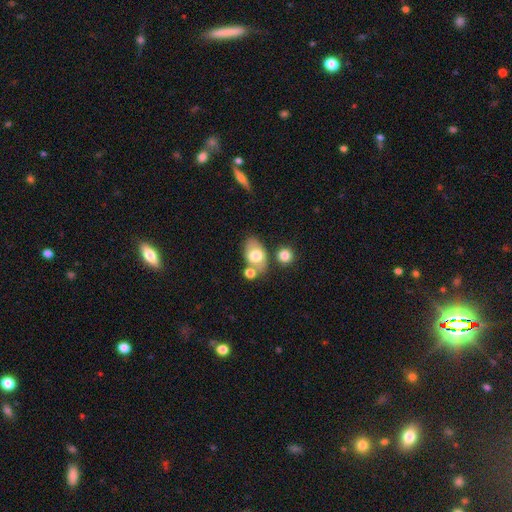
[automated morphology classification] This appears to be a smooth galaxy with no disk features (68%) that is in between round and cigar-shaped (87%). Merging: none (56%).